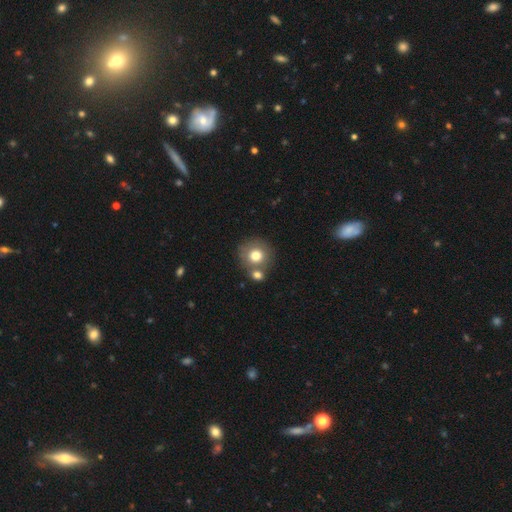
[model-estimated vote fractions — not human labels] smooth_or_featured: smooth (p=0.76) [alt: featured or disk p=0.14]
how_rounded: round (p=0.89) [alt: in between p=0.10]
merging: none (p=0.61) [alt: merger p=0.26]